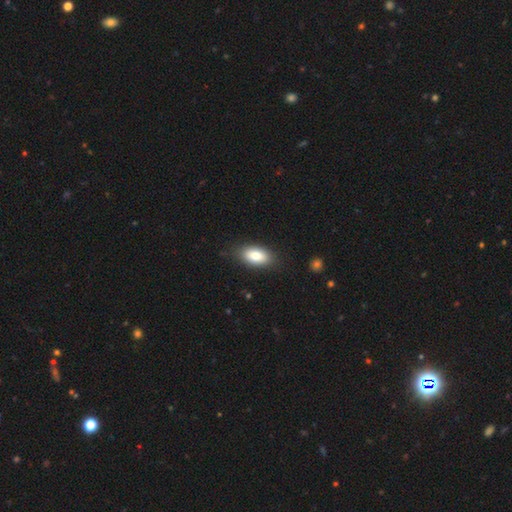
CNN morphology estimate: type=smooth (79%); roundness=in between (90%); merging=none (84%).